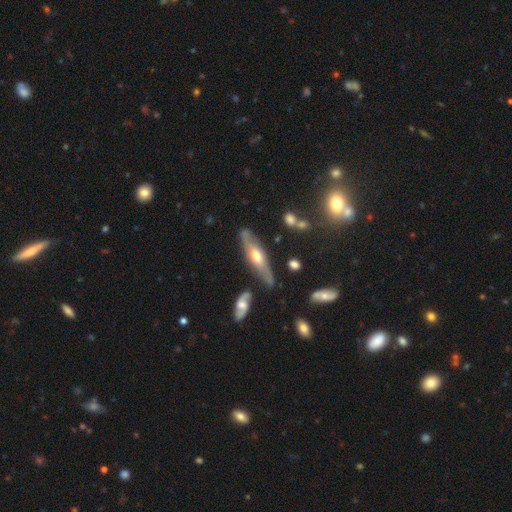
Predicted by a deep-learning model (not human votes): Smooth or featured? Predicted: featured or disk (p=0.66). Edge-on disk? Predicted: yes (p=0.61). Merging? Predicted: none (p=0.72).